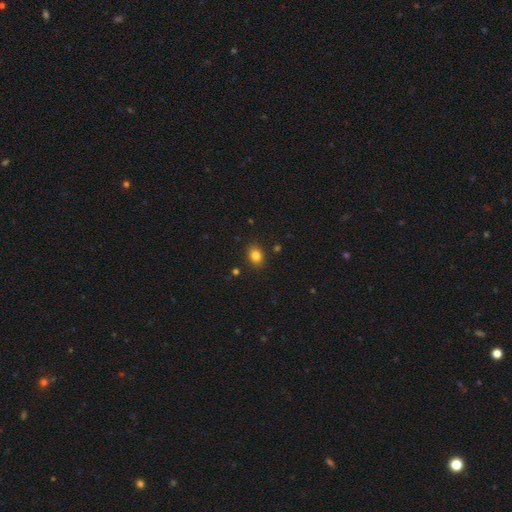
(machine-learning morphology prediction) Smooth or featured? smooth (83%)
How rounded? in between (57%)
Merging? none (88%)